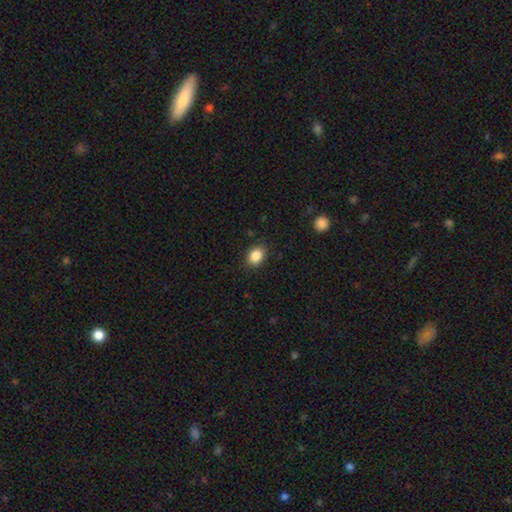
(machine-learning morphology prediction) type=smooth (86%); roundness=in between (57%); merging=none (89%).